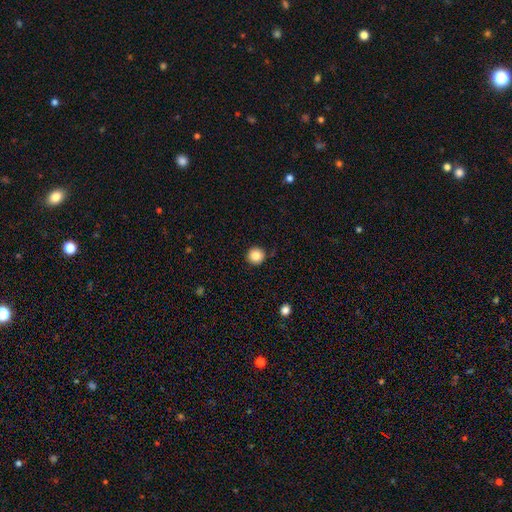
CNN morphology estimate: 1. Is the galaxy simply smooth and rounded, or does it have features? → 84% smooth, 10% star or artifact, 6% featured or disk.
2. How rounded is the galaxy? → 95% round, 4% in between, 1% cigar-shaped.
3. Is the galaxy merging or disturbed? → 90% none, 7% minor disturbance, 2% major disturbance, 1% merger.